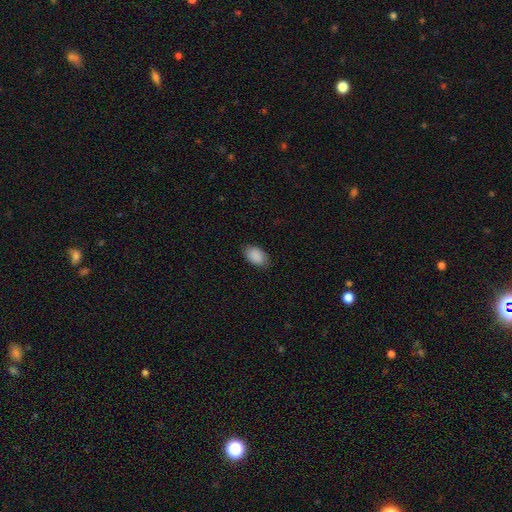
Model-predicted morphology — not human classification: This is clearly a smooth galaxy (90%). How rounded: clearly in between (89%). Merging: clearly none (84%).